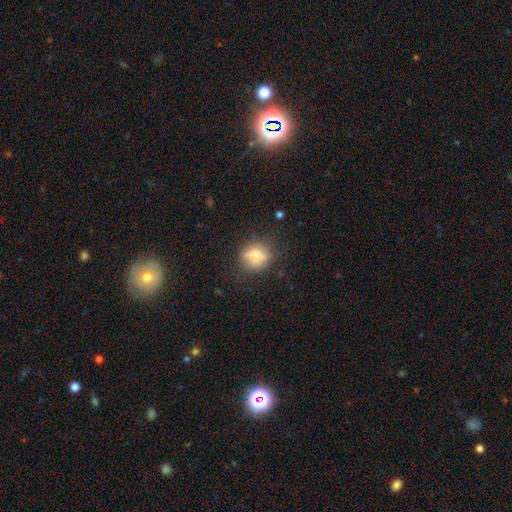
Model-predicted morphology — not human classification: Q: Smooth or featured?
A: smooth (58%); runner-up: featured or disk (31%)
Q: How rounded?
A: round (71%); runner-up: in between (26%)
Q: Merging?
A: none (76%); runner-up: minor disturbance (17%)